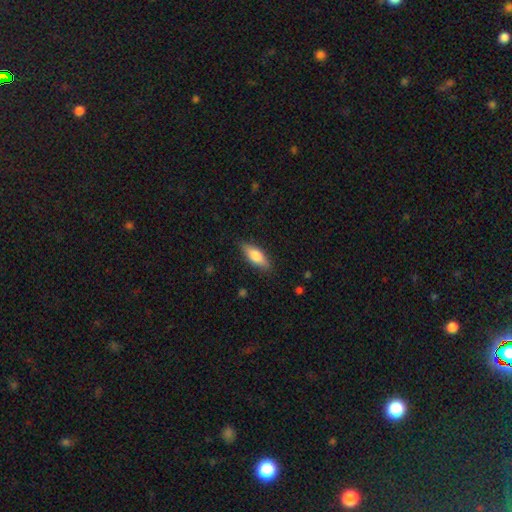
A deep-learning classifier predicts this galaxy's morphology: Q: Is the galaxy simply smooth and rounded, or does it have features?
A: smooth — 74%.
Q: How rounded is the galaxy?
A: in between — 69%.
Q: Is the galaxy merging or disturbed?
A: none — 86%.